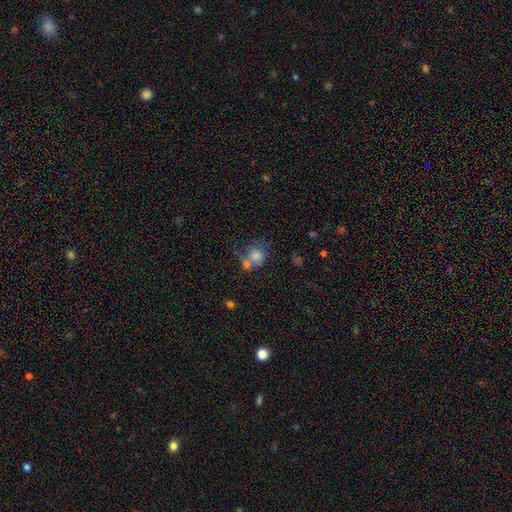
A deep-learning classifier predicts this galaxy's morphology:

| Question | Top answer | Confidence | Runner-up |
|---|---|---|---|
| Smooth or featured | smooth | 74% | featured or disk (15%) |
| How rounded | round | 74% | in between (25%) |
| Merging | merger | 39% | none (36%) |